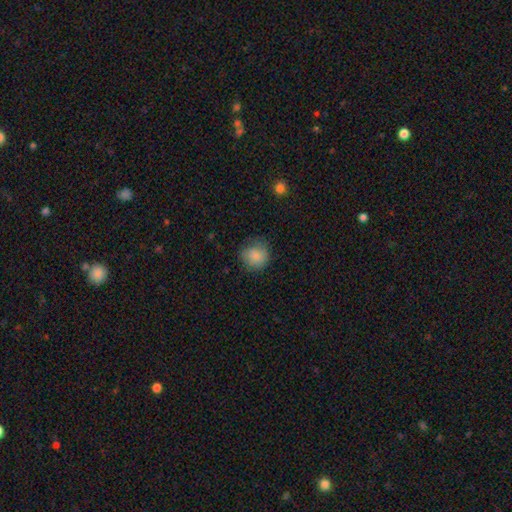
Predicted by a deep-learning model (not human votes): smooth_or_featured: smooth (p=0.83) [alt: featured or disk p=0.08]
how_rounded: round (p=0.87) [alt: in between p=0.13]
merging: none (p=0.71) [alt: minor disturbance p=0.21]